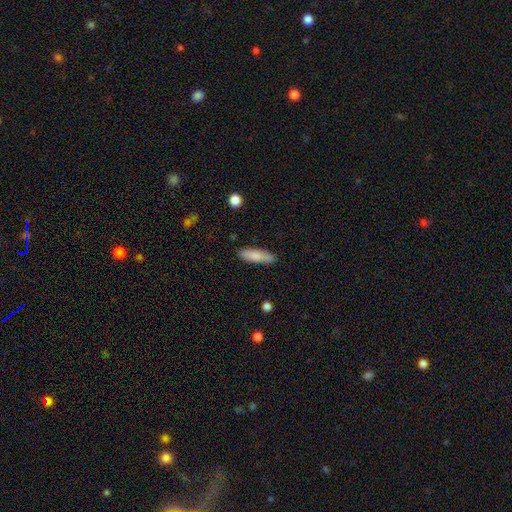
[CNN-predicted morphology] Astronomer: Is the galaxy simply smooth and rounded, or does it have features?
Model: smooth — 79%.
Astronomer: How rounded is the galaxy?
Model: cigar-shaped — 64%.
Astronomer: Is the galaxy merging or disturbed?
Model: none — 82%.